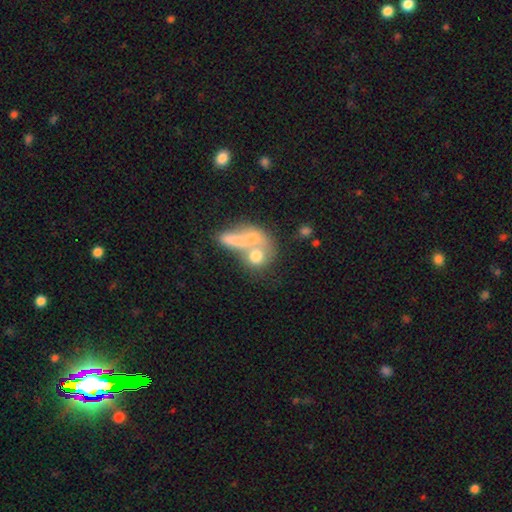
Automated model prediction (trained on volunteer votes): This appears to be a smooth galaxy with no disk features (65%) that is round (54%). Merging: merger (62%).